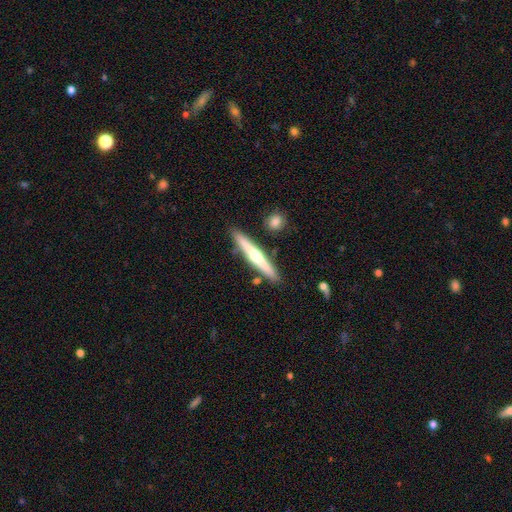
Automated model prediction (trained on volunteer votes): A featured or disk galaxy (60%) viewed edge-on (96%) with a rounded central bulge (86%). Merging: none (86%).